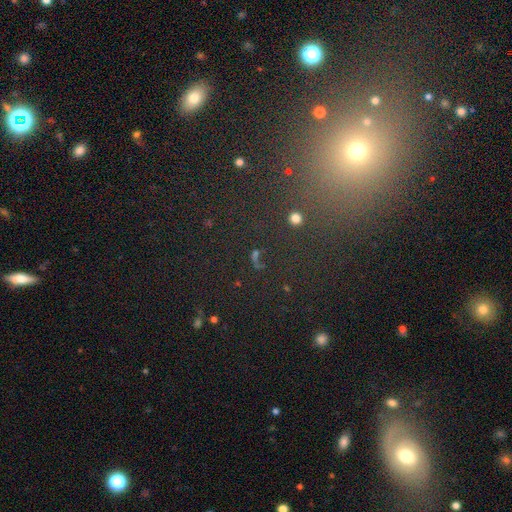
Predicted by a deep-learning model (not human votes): The model was most divided on "smooth or featured": star or artifact: 58%, smooth: 27%, featured or disk: 15%.